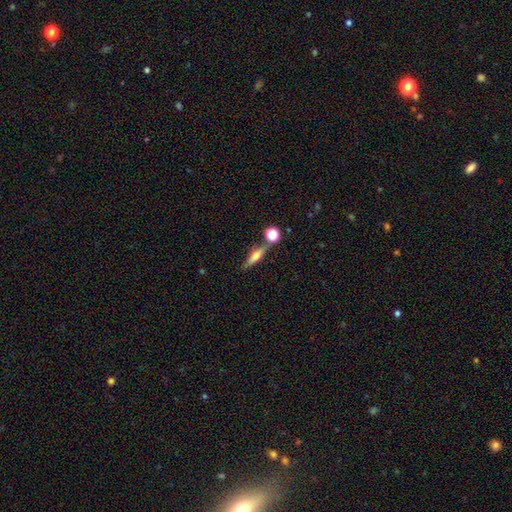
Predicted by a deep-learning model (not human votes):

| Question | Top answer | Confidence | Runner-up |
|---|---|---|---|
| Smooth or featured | featured or disk | 52% | smooth (39%) |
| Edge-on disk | yes | 94% | no (6%) |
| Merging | none | 71% | merger (14%) |